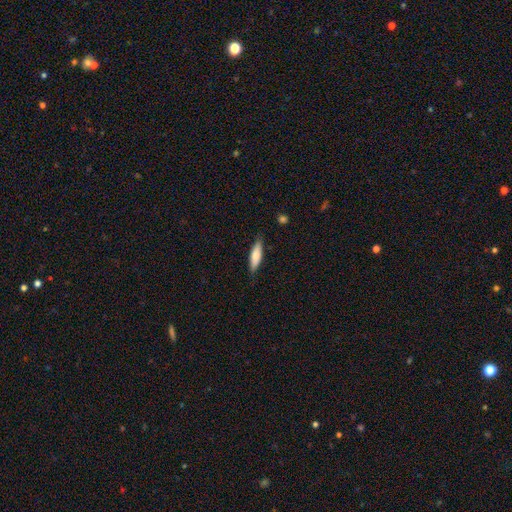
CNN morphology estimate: Smooth or featured?
  - smooth: 75% *
  - featured or disk: 19%
  - star or artifact: 6%
How rounded?
  - cigar-shaped: 57% *
  - in between: 41%
  - round: 2%
Merging?
  - none: 83% *
  - minor disturbance: 13%
  - major disturbance: 2%
  - merger: 1%